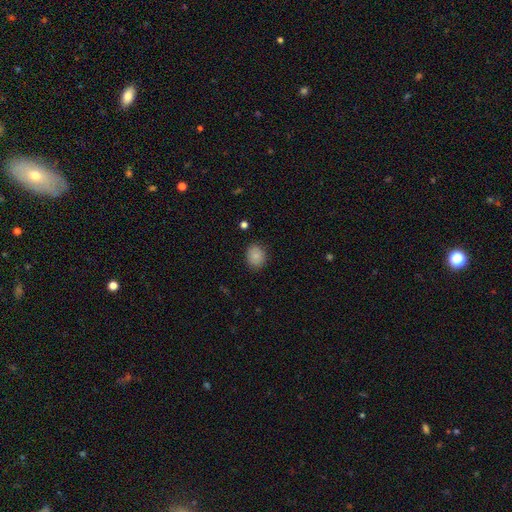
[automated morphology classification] type=smooth (84%); roundness=round (55%); merging=none (84%).